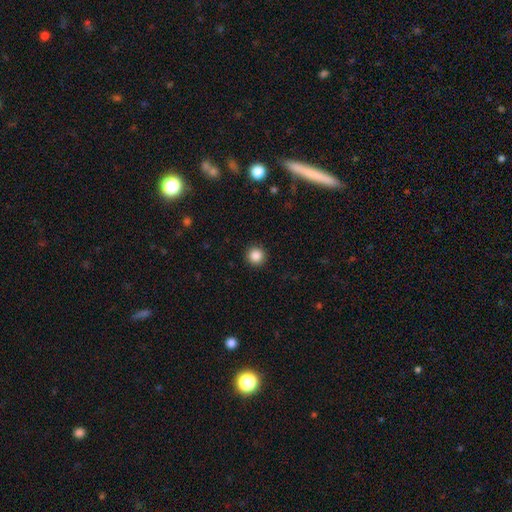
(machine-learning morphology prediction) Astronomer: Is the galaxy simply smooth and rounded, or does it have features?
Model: smooth — 87%.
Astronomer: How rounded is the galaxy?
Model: round — 95%.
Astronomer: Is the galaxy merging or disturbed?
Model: none — 92%.